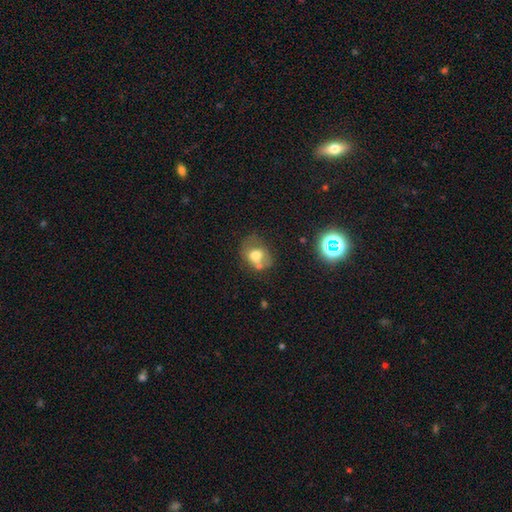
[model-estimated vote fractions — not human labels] Smooth or featured? Predicted: smooth (p=0.60). How rounded? Predicted: in between (p=0.54). Merging? Predicted: none (p=0.33).